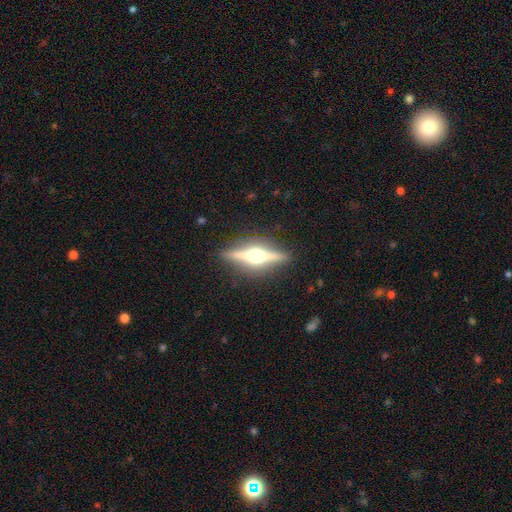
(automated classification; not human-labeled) A featured or disk galaxy (80%) viewed edge-on (97%) with a rounded central bulge (96%).

Vote fractions:
- Smooth or featured? featured or disk: 80% / smooth: 13% / star or artifact: 7%
- Edge-on disk? yes: 97% / no: 3%
- Edge-on bulge? rounded: 96% / boxy: 3% / none: 1%
- Merging? none: 89% / minor disturbance: 8% / major disturbance: 2% / merger: 1%